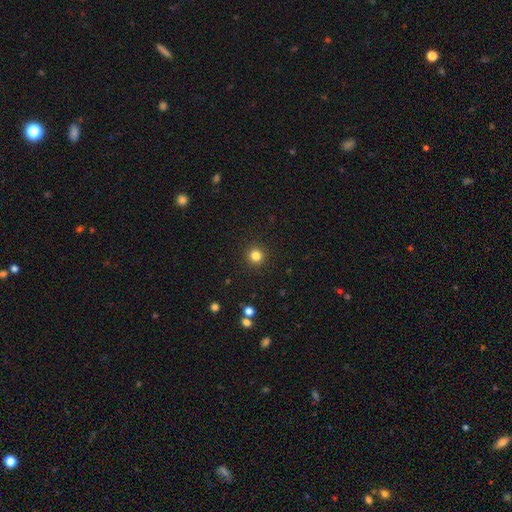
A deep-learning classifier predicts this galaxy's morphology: Overall: smooth (82%). How rounded: round (94%). Merging: none (92%).